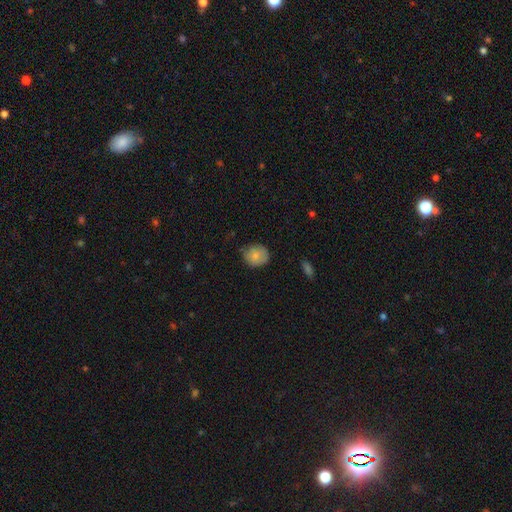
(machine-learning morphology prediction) This is likely a smooth galaxy (79%). How rounded: clearly round (81%). Merging: likely none (65%).